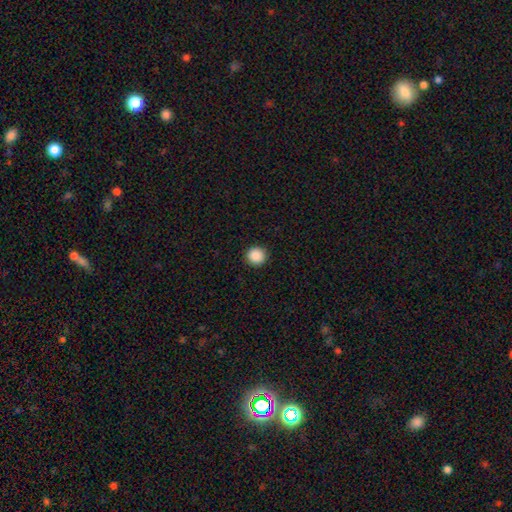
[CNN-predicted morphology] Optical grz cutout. It shows a smooth galaxy with no disk features (89%) that is round (95%). Merging: none (93%).